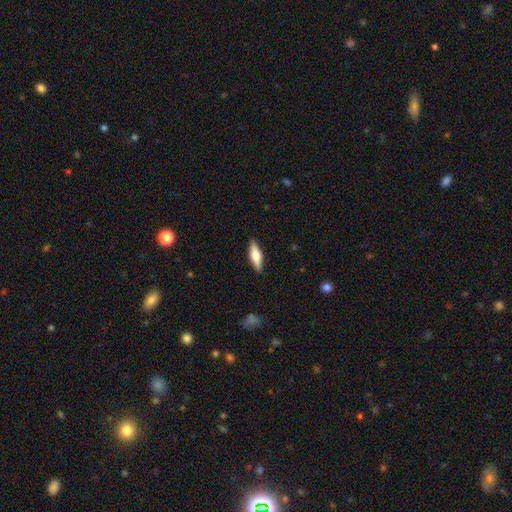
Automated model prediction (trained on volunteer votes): Smooth or featured: smooth — 60% (featured or disk — 35%)
How rounded: cigar-shaped — 50% (in between — 48%)
Merging: none — 89% (minor disturbance — 8%)